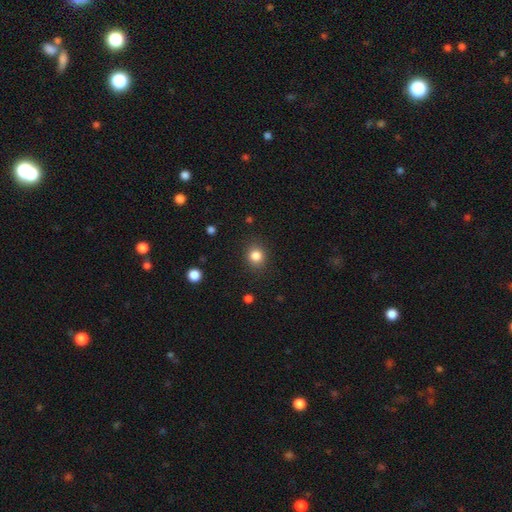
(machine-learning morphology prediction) Smooth or featured? Predicted: smooth (p=0.83). How rounded? Predicted: round (p=0.77). Merging? Predicted: none (p=0.87).